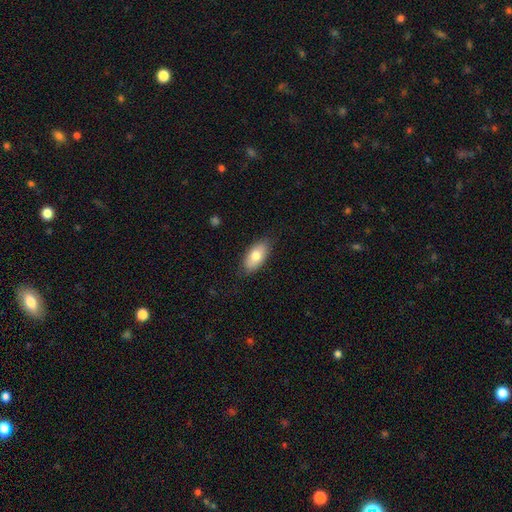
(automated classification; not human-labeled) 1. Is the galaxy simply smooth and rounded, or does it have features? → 77% smooth, 17% featured or disk, 6% star or artifact.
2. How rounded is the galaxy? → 92% in between, 5% cigar-shaped, 3% round.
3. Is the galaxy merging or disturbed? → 84% none, 13% minor disturbance, 3% major disturbance, 1% merger.